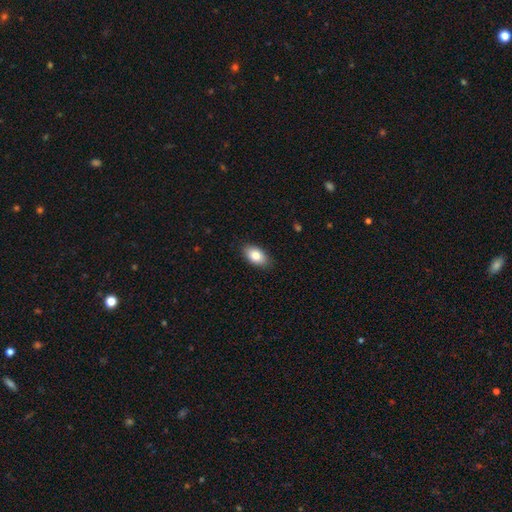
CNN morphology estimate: Smooth or featured: smooth — 82% (featured or disk — 11%)
How rounded: in between — 92% (round — 5%)
Merging: none — 87% (minor disturbance — 10%)